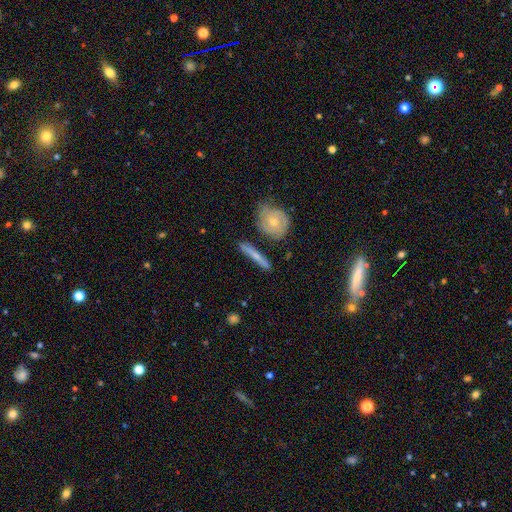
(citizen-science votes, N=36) Smooth or featured? smooth (50%)
How rounded? cigar-shaped (89%)
Merging? none (94%)